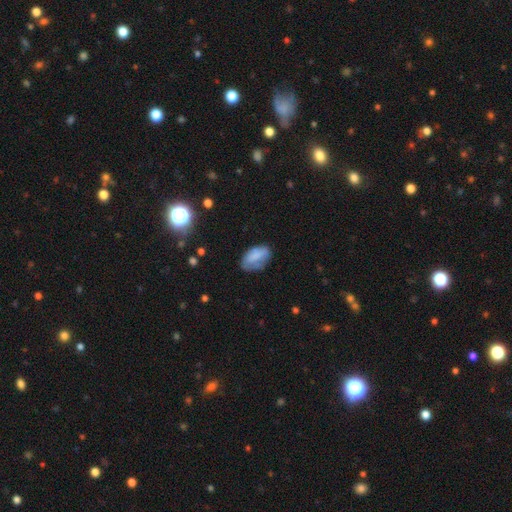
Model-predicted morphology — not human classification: A smooth galaxy with no disk features (74%) that is in between round and cigar-shaped (92%).

Vote fractions:
- Smooth or featured? smooth: 74% / featured or disk: 17% / star or artifact: 8%
- How rounded? in between: 92% / round: 5% / cigar-shaped: 2%
- Merging? none: 58% / minor disturbance: 30% / major disturbance: 10% / merger: 2%